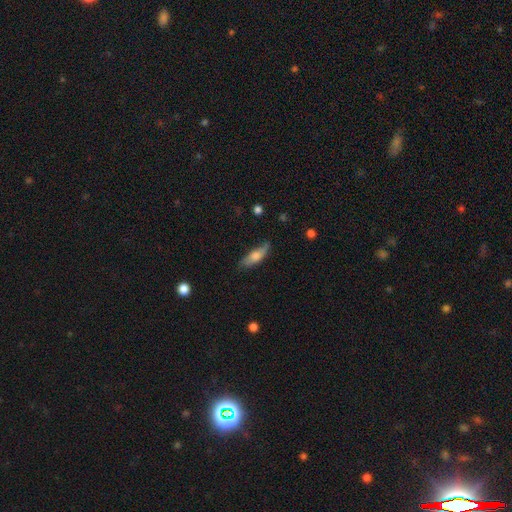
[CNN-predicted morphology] Smooth or featured? smooth (64%)
How rounded? in between (51%)
Merging? none (68%)